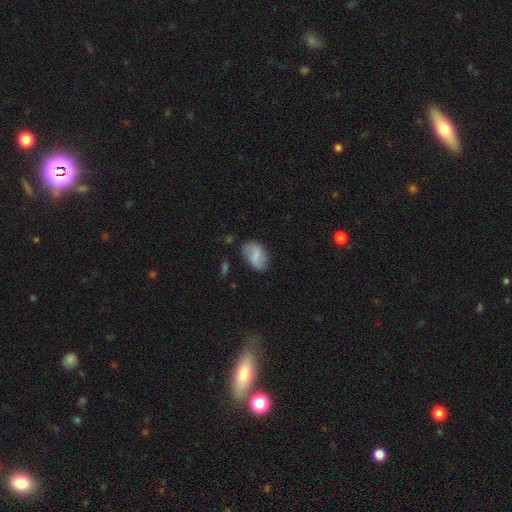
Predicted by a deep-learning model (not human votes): Smooth or featured: smooth — 65% (featured or disk — 28%)
How rounded: in between — 88% (round — 10%)
Merging: none — 69% (minor disturbance — 22%)